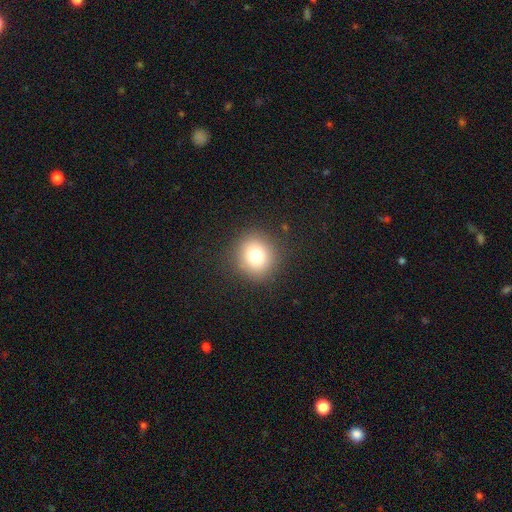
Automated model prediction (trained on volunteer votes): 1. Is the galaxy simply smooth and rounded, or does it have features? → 77% smooth, 13% star or artifact, 10% featured or disk.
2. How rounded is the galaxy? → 90% round, 9% in between, 1% cigar-shaped.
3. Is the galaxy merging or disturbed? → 89% none, 7% minor disturbance, 3% major disturbance, 1% merger.